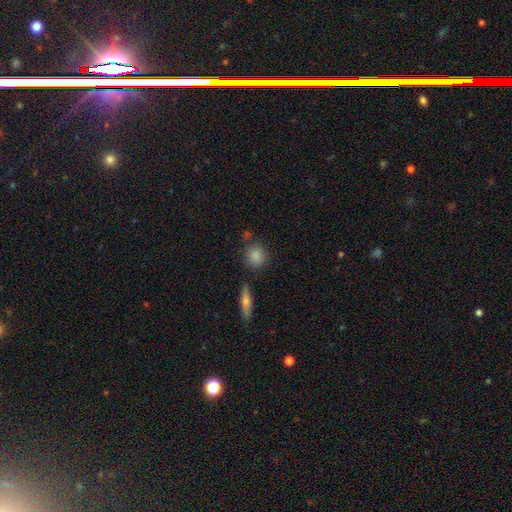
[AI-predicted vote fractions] Smooth or featured? Predicted: smooth (p=0.85). How rounded? Predicted: round (p=0.79). Merging? Predicted: none (p=0.75).